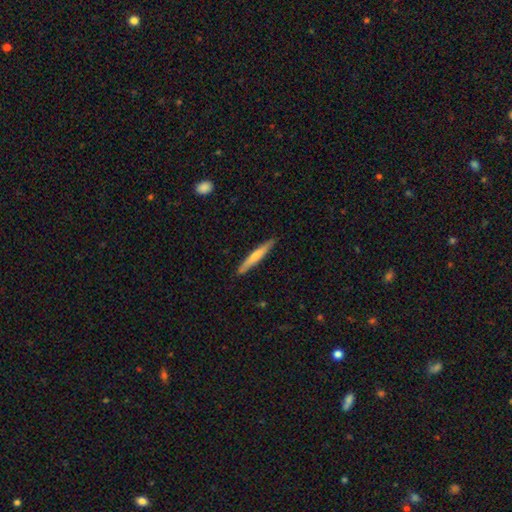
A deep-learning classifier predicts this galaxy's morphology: A smooth galaxy with no disk features (56%) that is cigar-shaped (95%).

Vote fractions:
- Smooth or featured? smooth: 56% / featured or disk: 38% / star or artifact: 5%
- How rounded? cigar-shaped: 95% / in between: 4% / round: 1%
- Merging? none: 89% / minor disturbance: 8% / major disturbance: 1% / merger: 1%